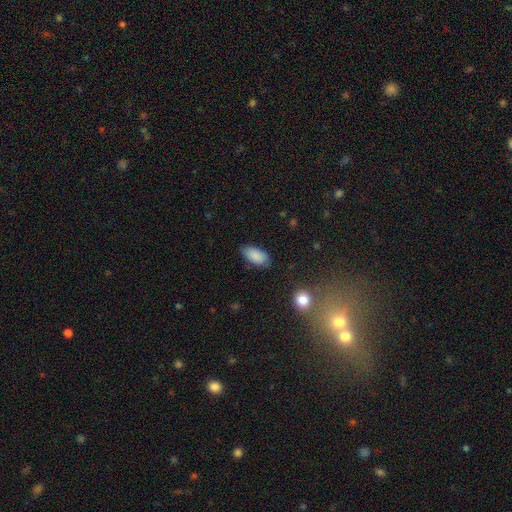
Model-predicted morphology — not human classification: The model was most divided on "merging": none: 77%, minor disturbance: 18%, major disturbance: 3%, merger: 2%. More confident: how rounded — in between (93%); smooth or featured — smooth (87%).